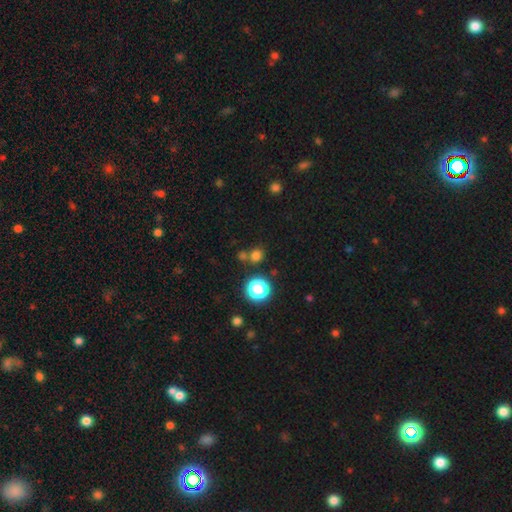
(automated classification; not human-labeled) Morphology: type=smooth (71%); roundness=round (83%); merging=none (67%).